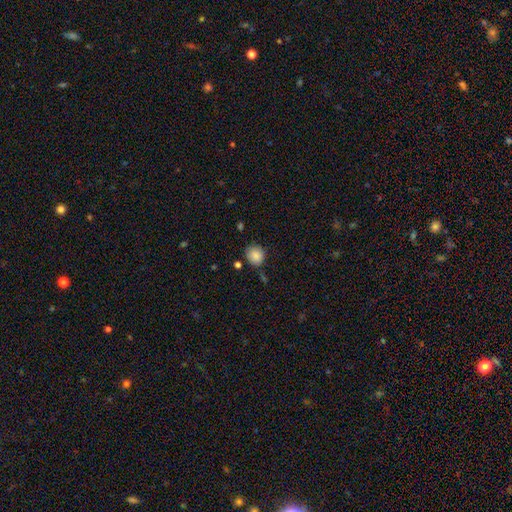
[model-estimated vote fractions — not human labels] smooth_or_featured: smooth (p=0.86) [alt: star or artifact p=0.09]
how_rounded: round (p=0.79) [alt: in between p=0.20]
merging: none (p=0.72) [alt: minor disturbance p=0.20]